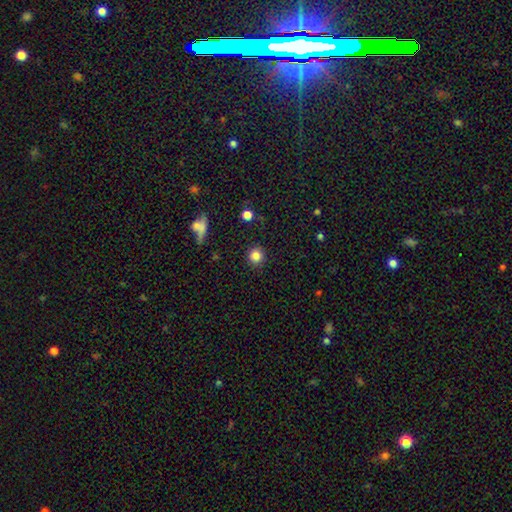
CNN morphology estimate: smooth-or-featured: smooth: 84% | star or artifact: 11% | featured or disk: 5%
  how-rounded: round: 94% | in between: 5% | cigar-shaped: 1%
  merging: none: 90% | minor disturbance: 6% | major disturbance: 2% | merger: 1%